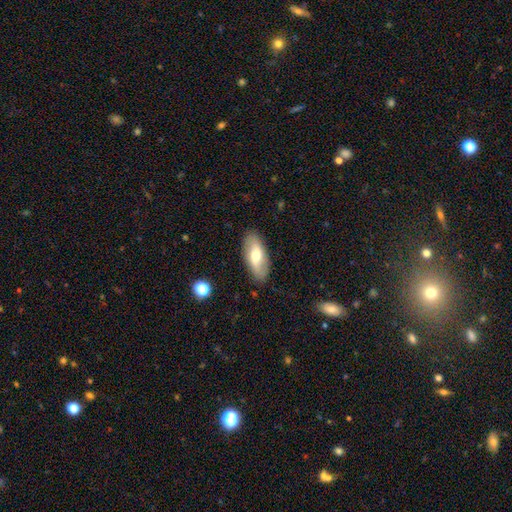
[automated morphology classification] Smooth or featured?
  - smooth: 52% *
  - featured or disk: 42%
  - star or artifact: 6%
How rounded?
  - in between: 84% *
  - cigar-shaped: 13%
  - round: 3%
Merging?
  - none: 86% *
  - minor disturbance: 10%
  - major disturbance: 2%
  - merger: 1%